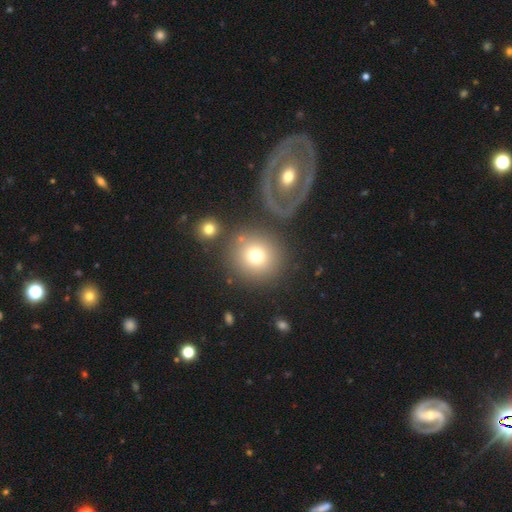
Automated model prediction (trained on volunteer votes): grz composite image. It shows a smooth galaxy with no disk features (74%) that is round (92%). Merging: none (73%).